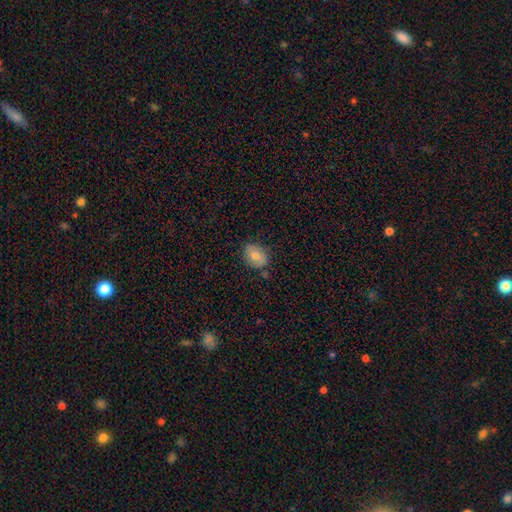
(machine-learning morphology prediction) Smooth or featured: smooth — 74% (featured or disk — 18%)
How rounded: in between — 62% (round — 37%)
Merging: none — 75% (minor disturbance — 18%)